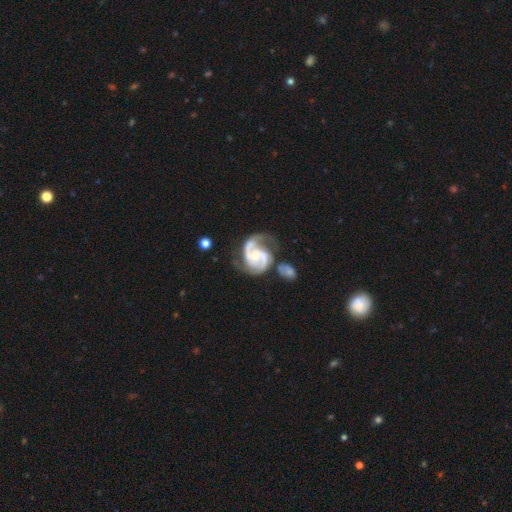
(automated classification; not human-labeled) Smooth or featured?
  - featured or disk: 92% *
  - smooth: 4%
  - star or artifact: 4%
Edge-on disk?
  - no: 98% *
  - yes: 2%
Bar?
  - no: 49% *
  - weak: 40%
  - strong: 11%
Spiral arms?
  - yes: 98% *
  - no: 2%
Spiral winding?
  - medium: 56% *
  - tight: 30%
  - loose: 13%
Spiral arm count?
  - 2: 87% *
  - 3: 4%
  - can't tell: 3%
  - 1: 3%
  - 4: 1%
  - more than 4: 1%
Bulge size?
  - small: 48% *
  - moderate: 41%
  - none: 7%
  - large: 3%
  - dominant: 1%
Merging?
  - none: 48% *
  - minor disturbance: 21%
  - major disturbance: 16%
  - merger: 15%